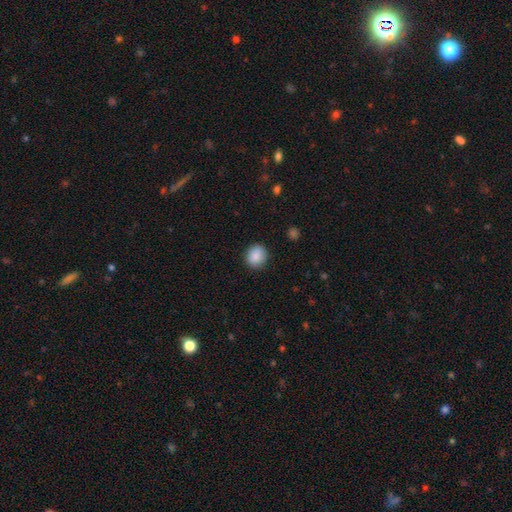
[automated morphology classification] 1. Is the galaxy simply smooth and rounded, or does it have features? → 88% smooth, 8% star or artifact, 3% featured or disk.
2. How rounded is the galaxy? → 80% round, 19% in between, 1% cigar-shaped.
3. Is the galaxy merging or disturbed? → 89% none, 7% minor disturbance, 2% major disturbance, 1% merger.